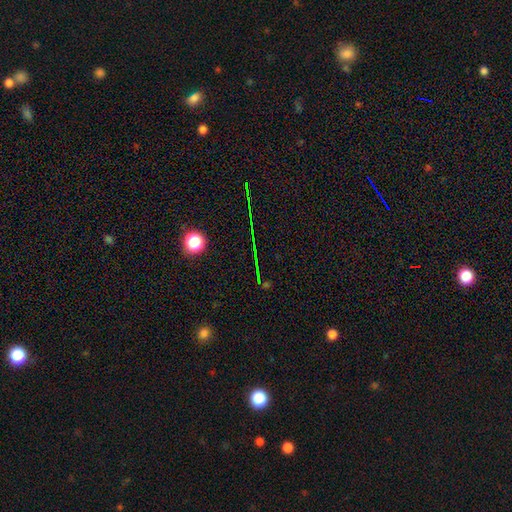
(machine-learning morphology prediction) Smooth or featured? Predicted: star or artifact (p=0.72).